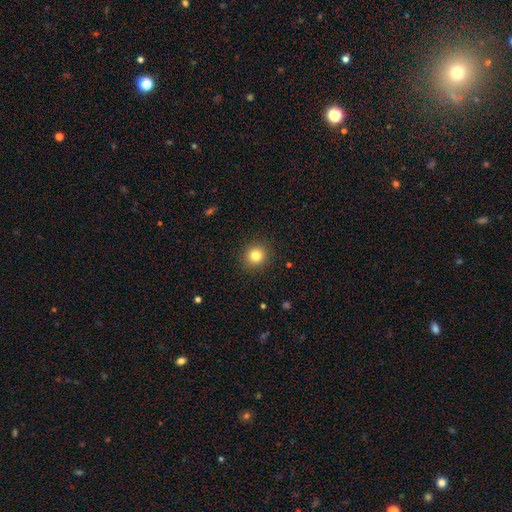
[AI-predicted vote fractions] The model was most divided on "smooth or featured": smooth: 82%, star or artifact: 12%, featured or disk: 6%. More confident: how rounded — round (91%); merging — none (91%).